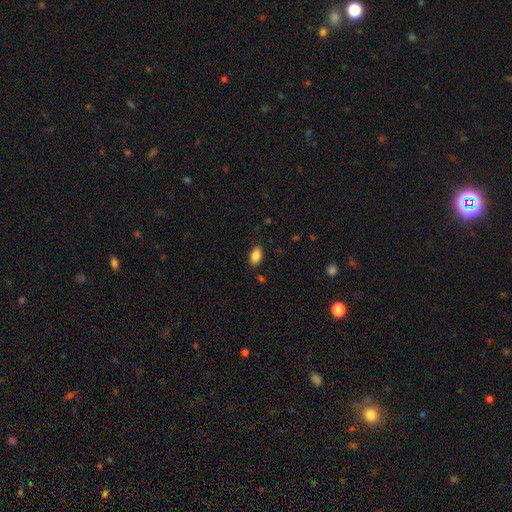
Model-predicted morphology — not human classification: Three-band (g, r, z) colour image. It shows a smooth galaxy with no disk features (86%) that is in between round and cigar-shaped (90%). Merging: none (85%).